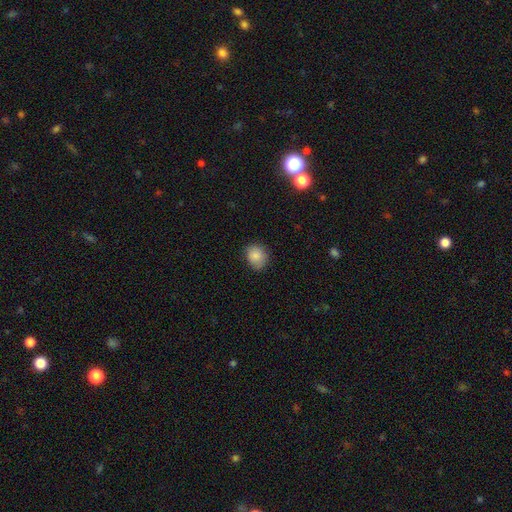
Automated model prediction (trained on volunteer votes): Smooth or featured?
  - smooth: 86% *
  - star or artifact: 9%
  - featured or disk: 5%
How rounded?
  - round: 62% *
  - in between: 37%
  - cigar-shaped: 1%
Merging?
  - none: 79% *
  - minor disturbance: 17%
  - major disturbance: 3%
  - merger: 1%